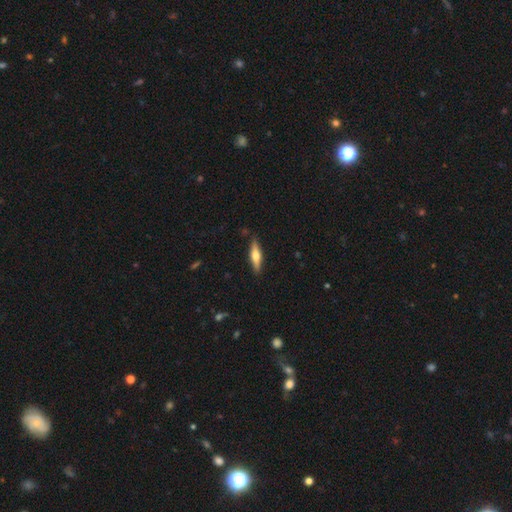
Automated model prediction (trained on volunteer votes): featured or disk 49%, smooth 45%, star or artifact 6%. Down the decision tree: merging — none (88%).